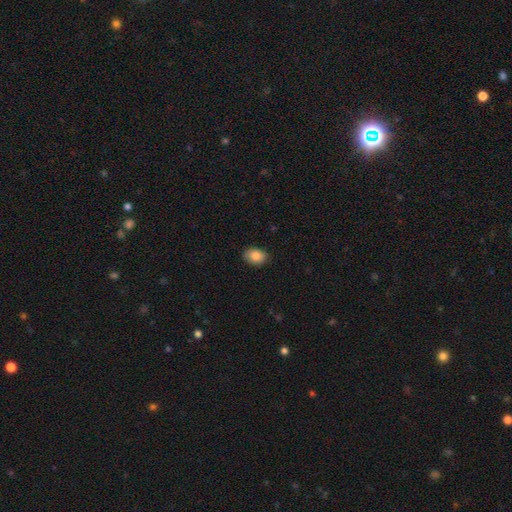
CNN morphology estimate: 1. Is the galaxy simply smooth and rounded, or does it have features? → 85% smooth, 8% star or artifact, 7% featured or disk.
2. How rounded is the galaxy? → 72% in between, 27% round, 1% cigar-shaped.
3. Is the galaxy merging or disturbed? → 86% none, 11% minor disturbance, 2% major disturbance, 1% merger.